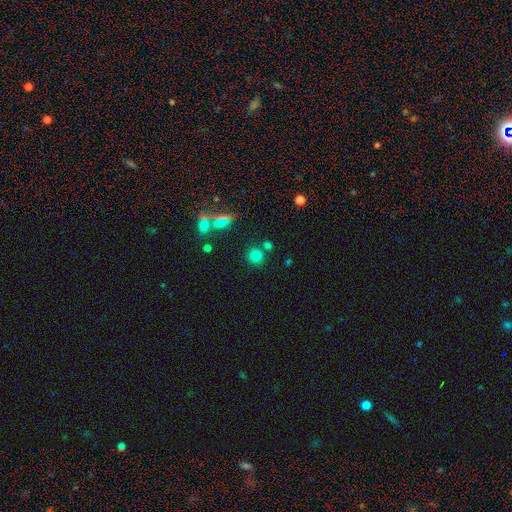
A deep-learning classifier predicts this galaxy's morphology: Overall: smooth (71%). How rounded: round (91%). Merging: none (75%).